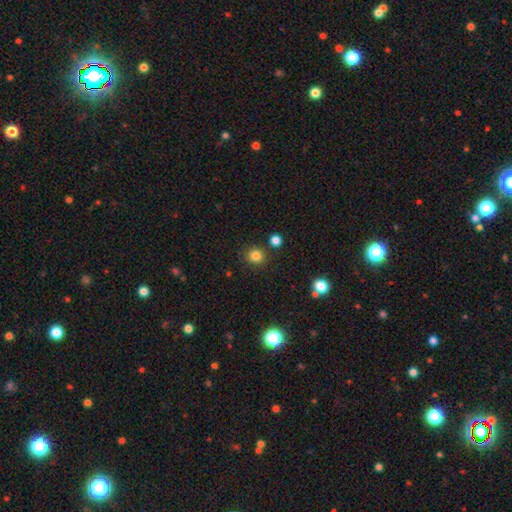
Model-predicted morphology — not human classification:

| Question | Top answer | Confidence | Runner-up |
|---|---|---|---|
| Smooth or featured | smooth | 82% | star or artifact (13%) |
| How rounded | round | 90% | in between (9%) |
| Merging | none | 86% | minor disturbance (7%) |